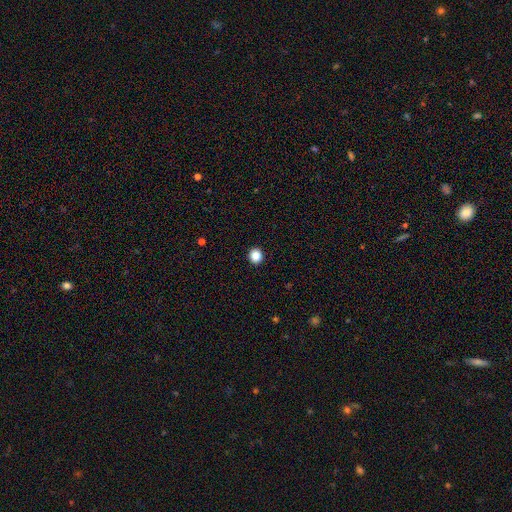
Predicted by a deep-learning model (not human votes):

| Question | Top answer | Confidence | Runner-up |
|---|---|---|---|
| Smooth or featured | smooth | 86% | star or artifact (10%) |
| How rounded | round | 88% | in between (12%) |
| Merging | none | 93% | minor disturbance (4%) |